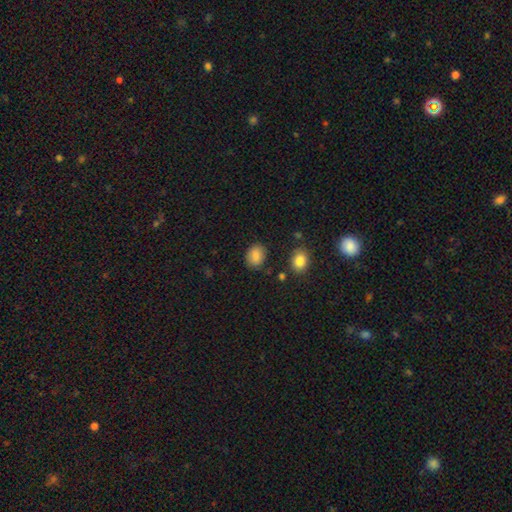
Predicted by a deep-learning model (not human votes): smooth-or-featured: smooth: 86% | star or artifact: 8% | featured or disk: 5%
  how-rounded: in between: 63% | round: 36% | cigar-shaped: 1%
  merging: none: 84% | minor disturbance: 11% | major disturbance: 3% | merger: 2%